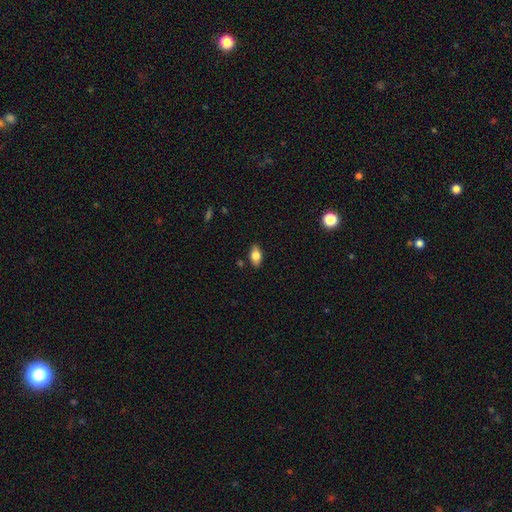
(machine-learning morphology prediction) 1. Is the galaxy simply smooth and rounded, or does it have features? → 74% smooth, 18% featured or disk, 8% star or artifact.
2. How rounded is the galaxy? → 88% in between, 6% cigar-shaped, 6% round.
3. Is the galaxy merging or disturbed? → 85% none, 11% minor disturbance, 2% major disturbance, 2% merger.